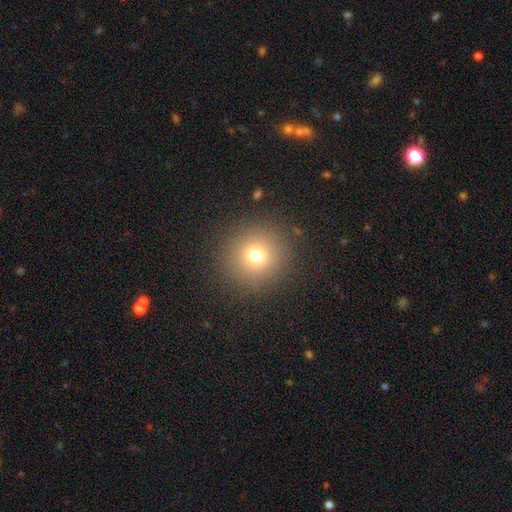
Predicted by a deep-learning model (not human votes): Q: Smooth or featured?
A: smooth (72%); runner-up: star or artifact (18%)
Q: How rounded?
A: round (94%); runner-up: in between (5%)
Q: Merging?
A: none (89%); runner-up: minor disturbance (6%)